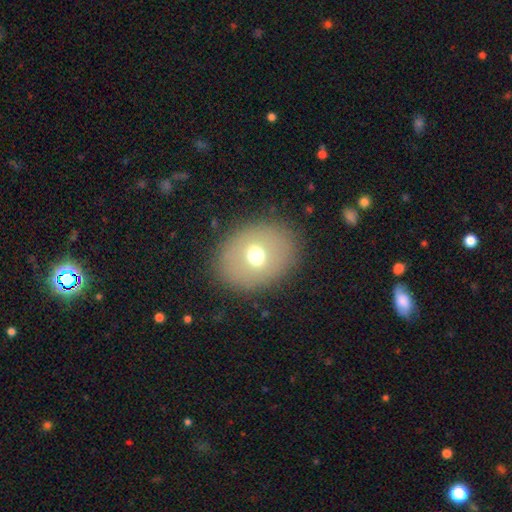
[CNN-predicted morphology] Overall: smooth (63%; featured or disk 25%). How rounded: round (53%; in between 46%). Merging: none (86%).